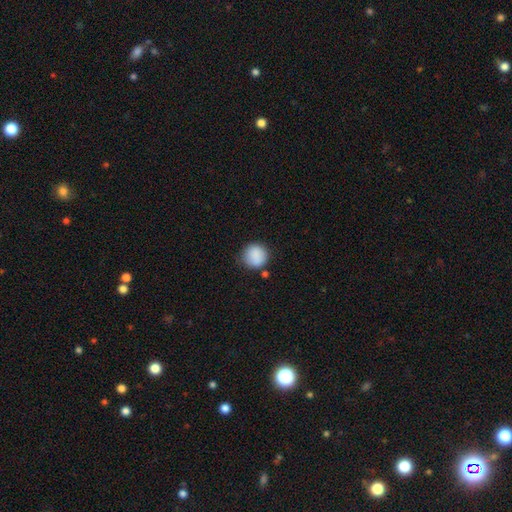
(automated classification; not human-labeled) Q: Smooth or featured?
A: smooth (88%); runner-up: star or artifact (8%)
Q: How rounded?
A: round (91%); runner-up: in between (8%)
Q: Merging?
A: none (77%); runner-up: minor disturbance (15%)